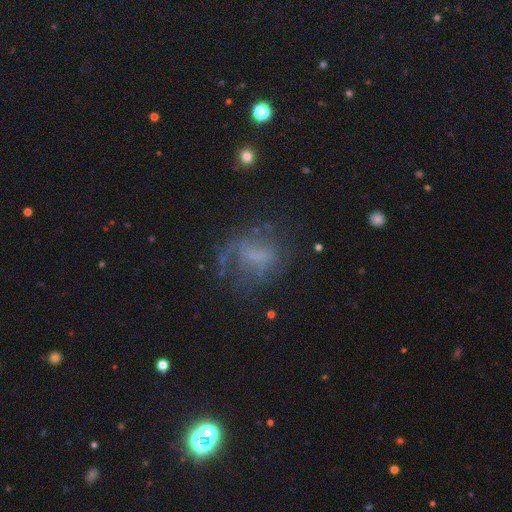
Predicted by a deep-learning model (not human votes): The model was most divided on "merging": none: 44%, major disturbance: 32%, minor disturbance: 21%, merger: 3%. More confident: edge-on disk — no (95%); smooth or featured — featured or disk (51%).